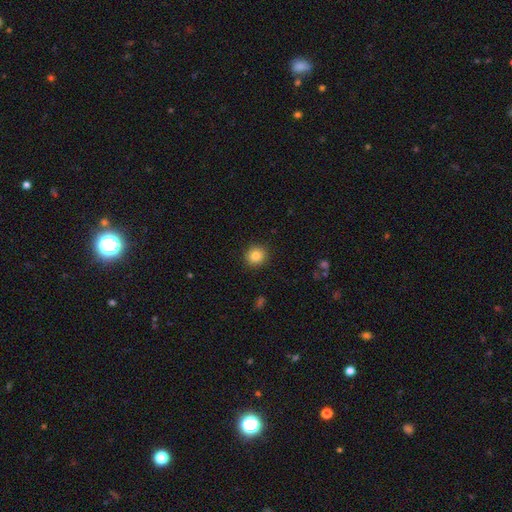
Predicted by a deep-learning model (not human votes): Overall: smooth (84%). How rounded: round (91%). Merging: none (92%).